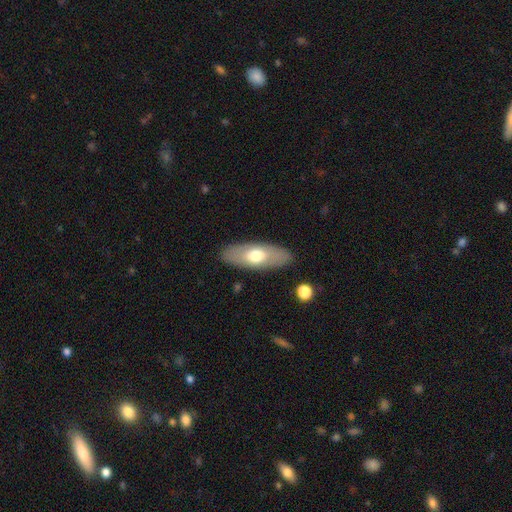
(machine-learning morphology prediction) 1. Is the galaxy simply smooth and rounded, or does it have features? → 61% smooth, 33% featured or disk, 6% star or artifact.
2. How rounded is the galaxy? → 77% in between, 21% cigar-shaped, 3% round.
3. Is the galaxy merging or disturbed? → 87% none, 9% minor disturbance, 3% major disturbance, 1% merger.